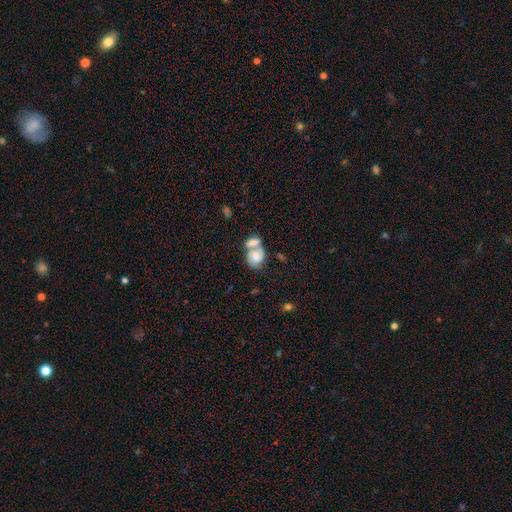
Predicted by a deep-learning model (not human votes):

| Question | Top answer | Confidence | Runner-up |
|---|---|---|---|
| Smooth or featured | smooth | 55% | featured or disk (37%) |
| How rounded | in between | 64% | round (35%) |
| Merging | merger | 65% | none (18%) |